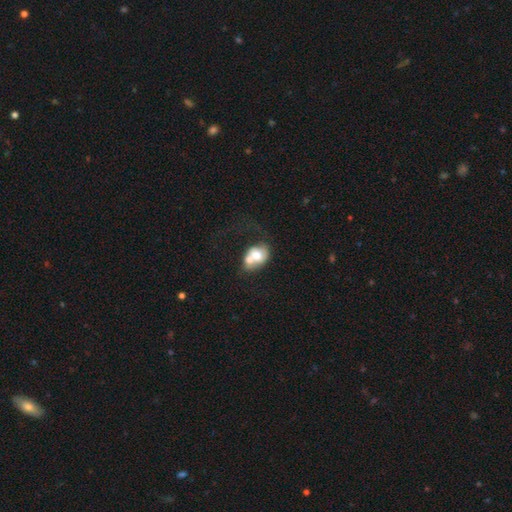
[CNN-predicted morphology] This is likely a smooth galaxy (60%). How rounded: possibly in between (53%). Merging: likely merger (60%).